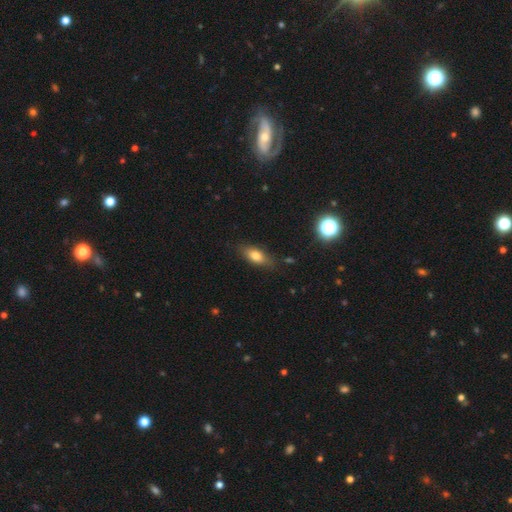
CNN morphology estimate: Smooth or featured?
  - smooth: 73% *
  - featured or disk: 18%
  - star or artifact: 9%
How rounded?
  - in between: 76% *
  - cigar-shaped: 18%
  - round: 6%
Merging?
  - none: 80% *
  - minor disturbance: 15%
  - major disturbance: 3%
  - merger: 2%